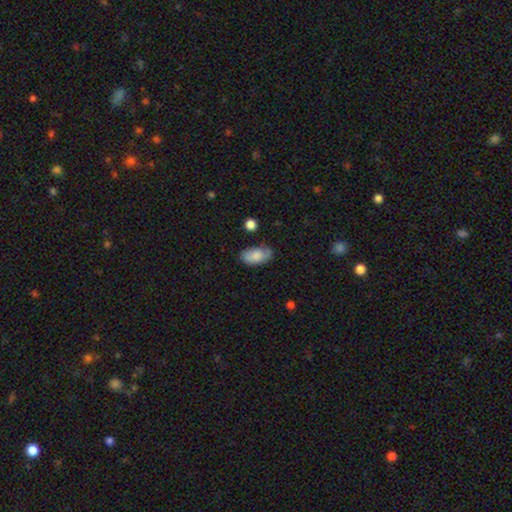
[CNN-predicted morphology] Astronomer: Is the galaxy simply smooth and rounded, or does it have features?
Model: smooth — 81%.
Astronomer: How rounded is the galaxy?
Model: in between — 94%.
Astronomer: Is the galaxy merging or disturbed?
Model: none — 70%.